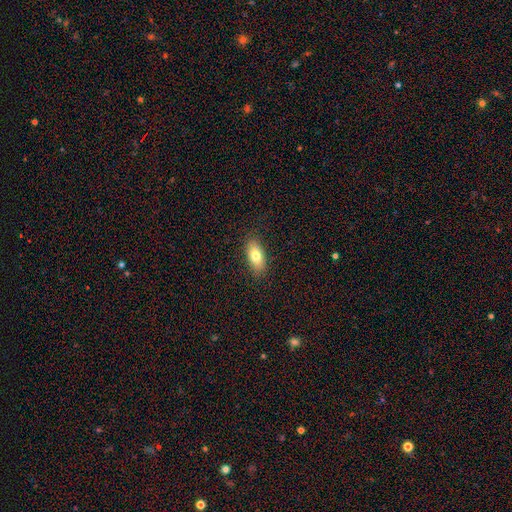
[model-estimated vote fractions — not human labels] A smooth galaxy with no disk features (77%) that is in between round and cigar-shaped (86%). Merging: none (86%).